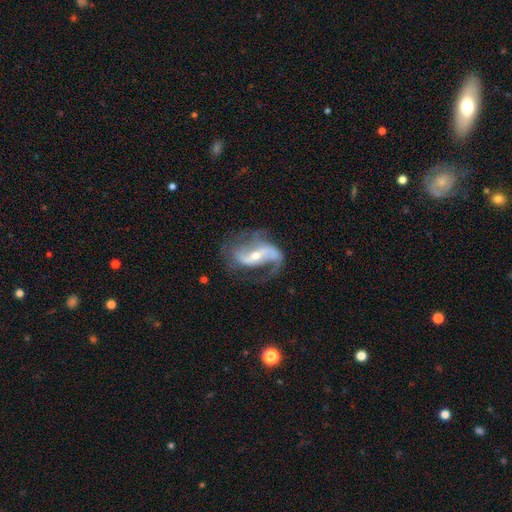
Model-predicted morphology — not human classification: Smooth or featured? featured or disk (88%)
Edge-on disk? no (96%)
Bar? strong (50%)
Spiral arms? yes (95%)
Spiral winding? loose (53%)
Spiral arm count? 2 (84%)
Bulge size? small (55%)
Merging? none (61%)